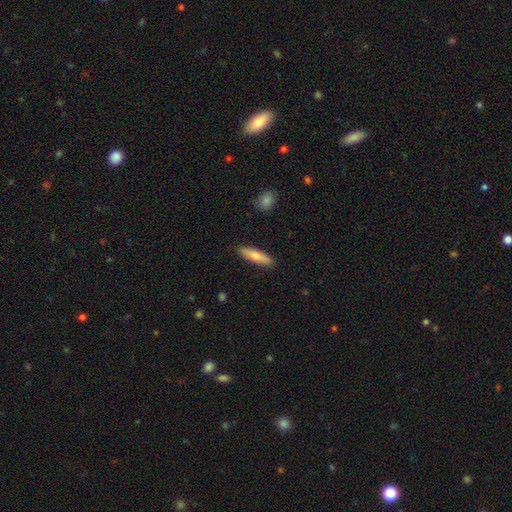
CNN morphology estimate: Smooth or featured? Predicted: smooth (p=0.76). How rounded? Predicted: cigar-shaped (p=0.72). Merging? Predicted: none (p=0.90).